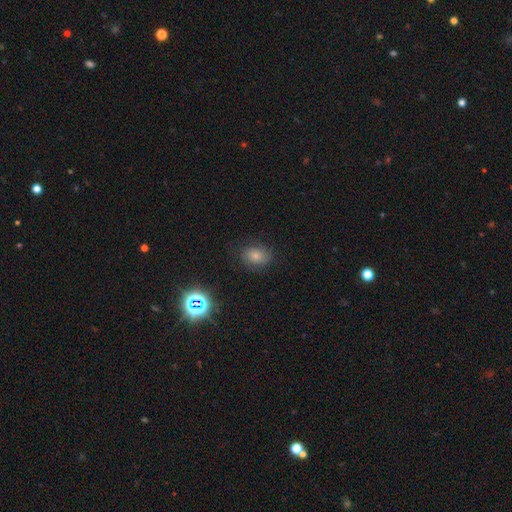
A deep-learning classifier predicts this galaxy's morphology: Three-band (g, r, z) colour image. It shows a smooth galaxy with no disk features (62%) that is in between round and cigar-shaped (59%). Merging: none (75%).